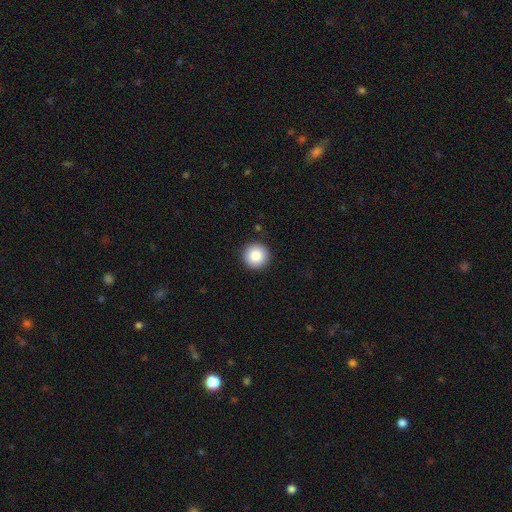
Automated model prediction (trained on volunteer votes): This appears to be a smooth galaxy with no disk features (86%) that is round (96%). Merging: none (93%).